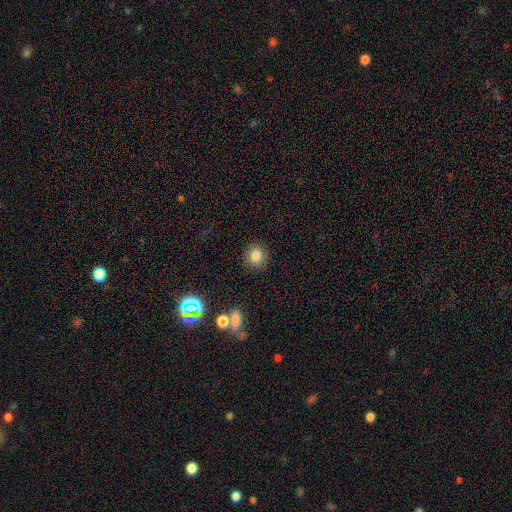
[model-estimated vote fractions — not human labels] This appears to be a smooth galaxy with no disk features (81%) that is round (72%). Merging: none (87%).